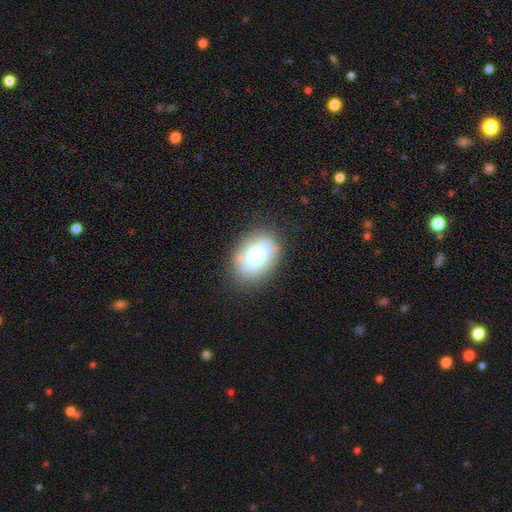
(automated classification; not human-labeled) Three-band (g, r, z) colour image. It shows a smooth galaxy with no disk features (68%) that is in between round and cigar-shaped (69%). Merging: none (81%).